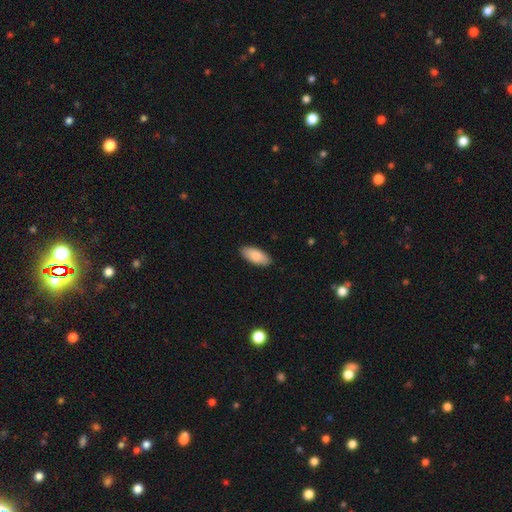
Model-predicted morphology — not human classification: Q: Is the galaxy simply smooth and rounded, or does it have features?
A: smooth — 88%.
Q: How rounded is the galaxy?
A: in between — 89%.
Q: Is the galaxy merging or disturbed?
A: none — 88%.